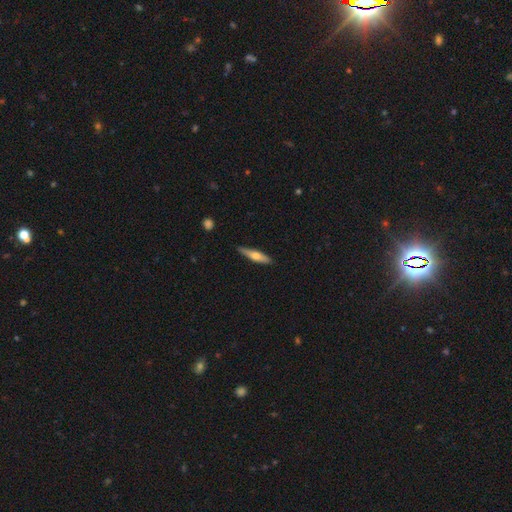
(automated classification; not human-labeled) smooth 52%, featured or disk 42%, star or artifact 6%. Down the decision tree: how rounded — cigar-shaped (79%); merging — none (85%).